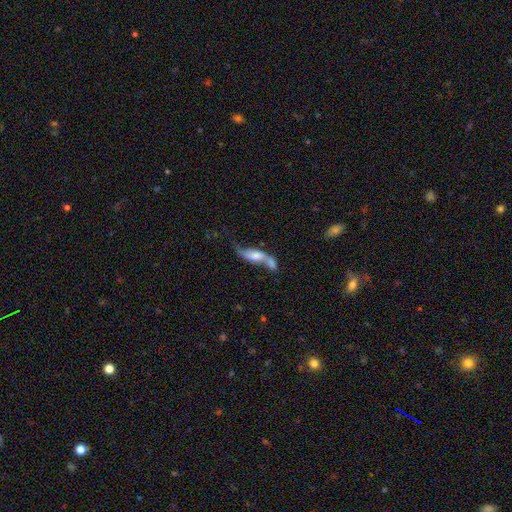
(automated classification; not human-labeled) Smooth or featured? Predicted: featured or disk (p=0.58). Edge-on disk? Predicted: no (p=0.80). Merging? Predicted: merger (p=0.50).